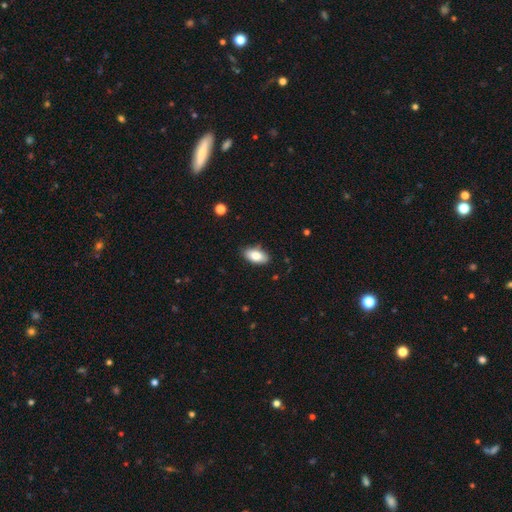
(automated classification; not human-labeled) Smooth or featured: smooth — 83% (featured or disk — 11%)
How rounded: in between — 92% (cigar-shaped — 4%)
Merging: none — 85% (minor disturbance — 12%)